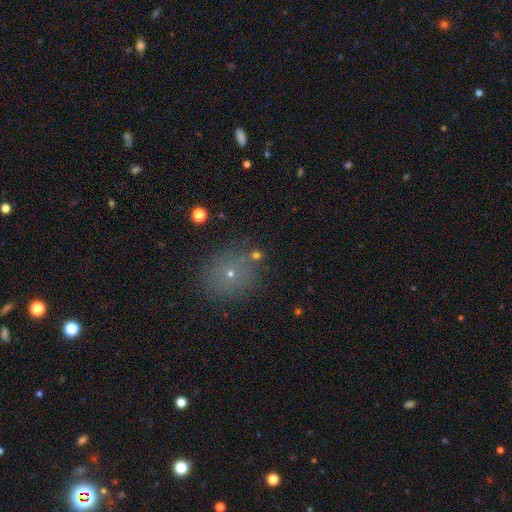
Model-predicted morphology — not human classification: Smooth or featured? Predicted: smooth (p=0.58). How rounded? Predicted: round (p=0.81). Merging? Predicted: none (p=0.76).